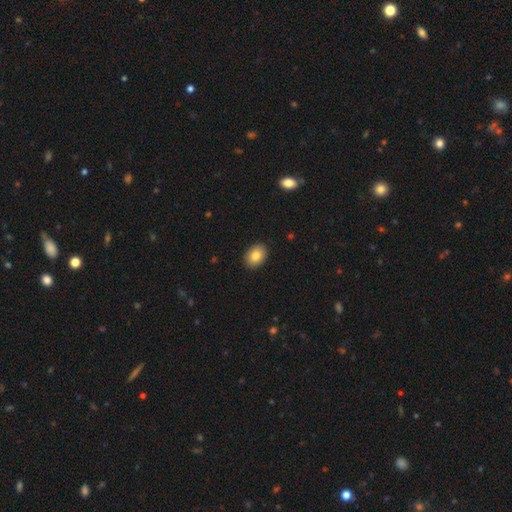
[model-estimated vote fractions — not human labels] This is clearly a smooth galaxy (84%). How rounded: likely in between (77%). Merging: clearly none (90%).